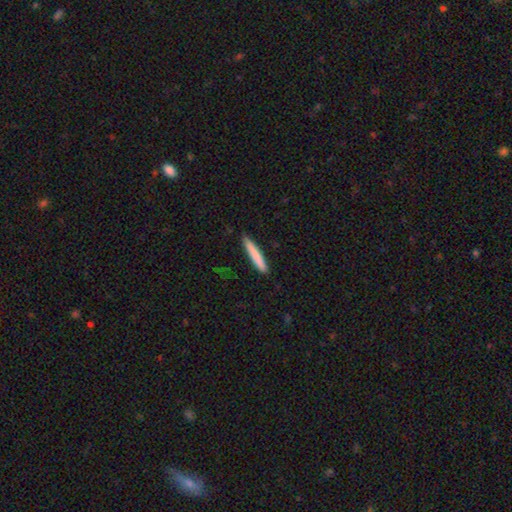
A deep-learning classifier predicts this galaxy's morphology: Q: Smooth or featured?
A: smooth (80%); runner-up: featured or disk (14%)
Q: How rounded?
A: cigar-shaped (95%); runner-up: in between (4%)
Q: Merging?
A: none (89%); runner-up: minor disturbance (8%)